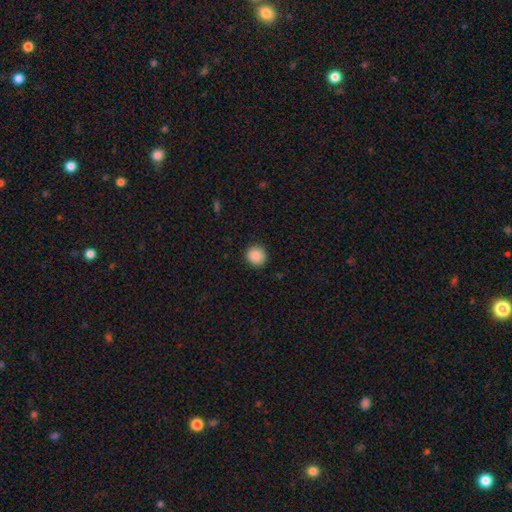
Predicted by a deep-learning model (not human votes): A smooth galaxy with no disk features (89%) that is round (93%).

Vote fractions:
- Smooth or featured? smooth: 89% / star or artifact: 9% / featured or disk: 2%
- How rounded? round: 93% / in between: 6% / cigar-shaped: 1%
- Merging? none: 91% / minor disturbance: 6% / major disturbance: 2% / merger: 1%